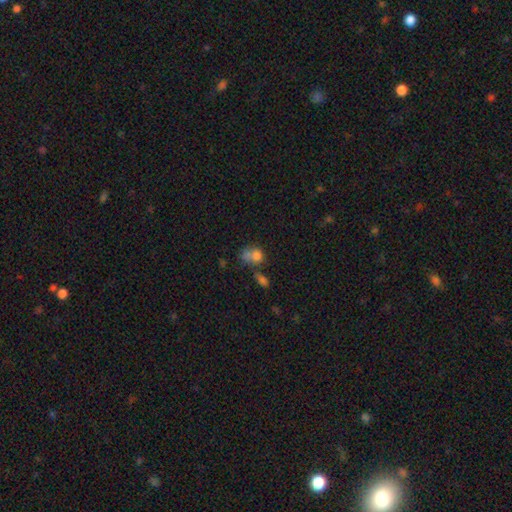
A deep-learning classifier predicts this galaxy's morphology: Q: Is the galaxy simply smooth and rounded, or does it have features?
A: smooth — 73%.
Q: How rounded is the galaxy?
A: round — 50%.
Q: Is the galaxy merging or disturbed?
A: merger — 47%.